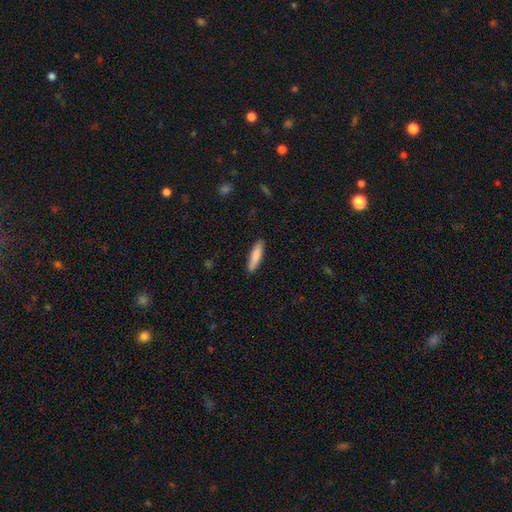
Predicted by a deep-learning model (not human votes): Morphology: type=smooth (84%); roundness=cigar-shaped (73%); merging=none (88%).